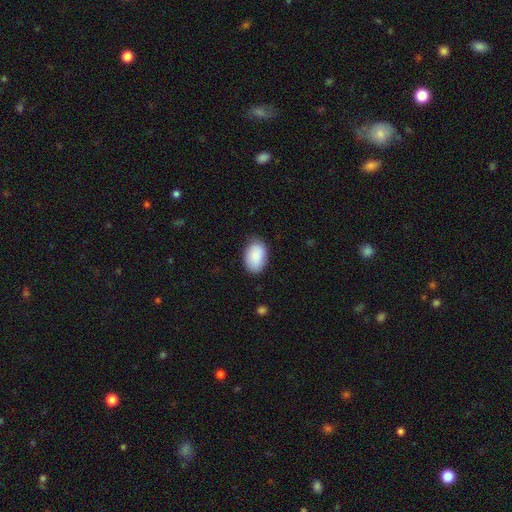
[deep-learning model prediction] smooth-or-featured: smooth: 87% | featured or disk: 7% | star or artifact: 6%
  how-rounded: in between: 90% | round: 9% | cigar-shaped: 1%
  merging: none: 79% | minor disturbance: 17% | major disturbance: 3% | merger: 1%